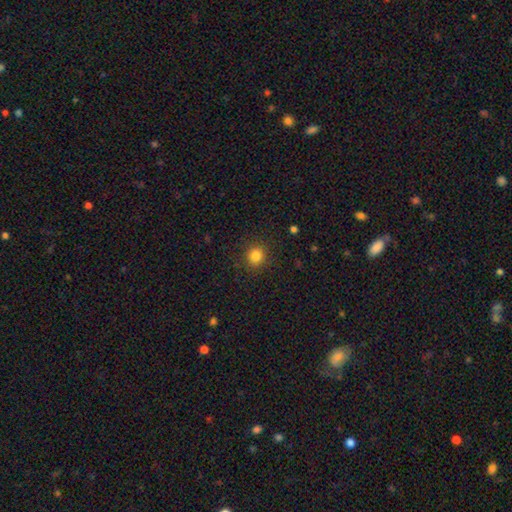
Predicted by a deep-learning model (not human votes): Smooth or featured?
  - smooth: 83% *
  - star or artifact: 13%
  - featured or disk: 5%
How rounded?
  - round: 87% *
  - in between: 12%
  - cigar-shaped: 1%
Merging?
  - none: 90% *
  - minor disturbance: 7%
  - major disturbance: 2%
  - merger: 1%